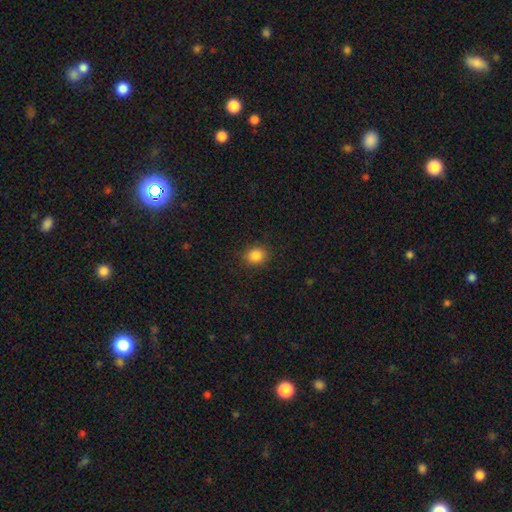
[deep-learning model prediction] Morphology: type=smooth (85%); roundness=round (75%); merging=none (89%).